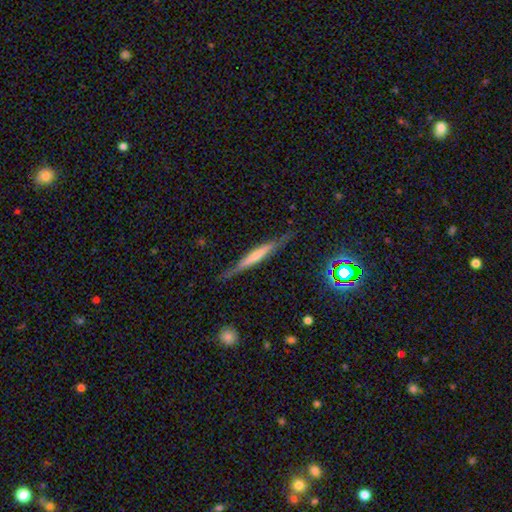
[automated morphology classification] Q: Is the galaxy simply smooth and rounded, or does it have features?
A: featured or disk — 57%.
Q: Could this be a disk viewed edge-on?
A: yes — 94%.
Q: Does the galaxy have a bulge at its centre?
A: none — 44%.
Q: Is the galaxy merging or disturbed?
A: none — 81%.